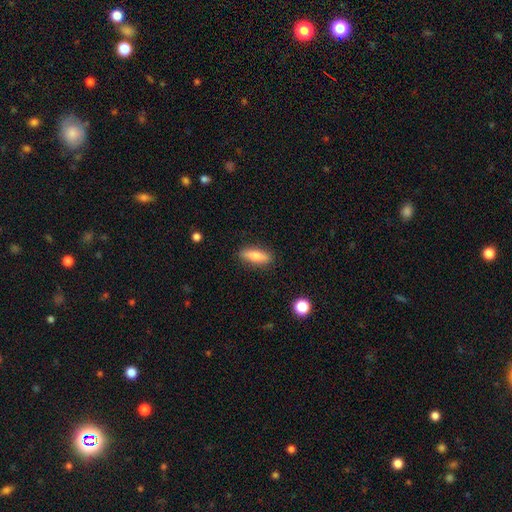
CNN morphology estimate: smooth_or_featured: smooth (p=0.77) [alt: featured or disk p=0.17]
how_rounded: in between (p=0.49) [alt: cigar-shaped p=0.48]
merging: none (p=0.87) [alt: minor disturbance p=0.10]